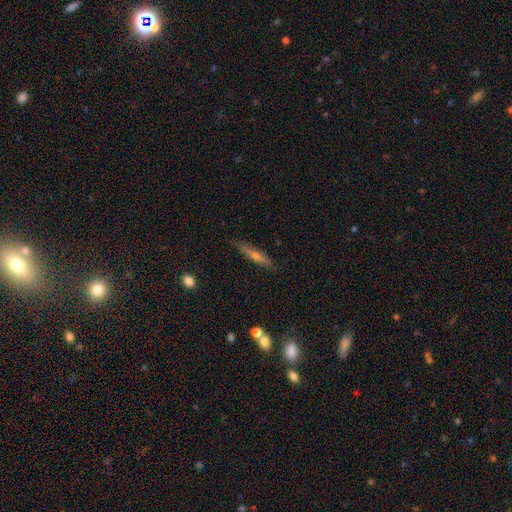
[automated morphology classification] Smooth or featured? Predicted: featured or disk (p=0.50). Merging? Predicted: none (p=0.85).